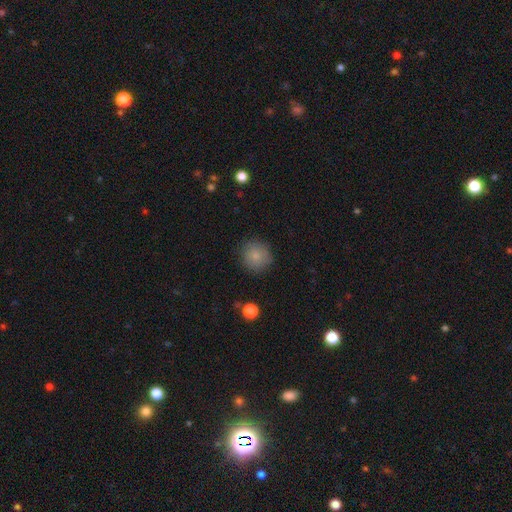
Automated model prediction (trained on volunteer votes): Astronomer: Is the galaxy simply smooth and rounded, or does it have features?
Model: smooth — 83%.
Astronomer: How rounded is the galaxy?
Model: round — 92%.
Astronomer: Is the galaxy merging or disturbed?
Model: none — 86%.